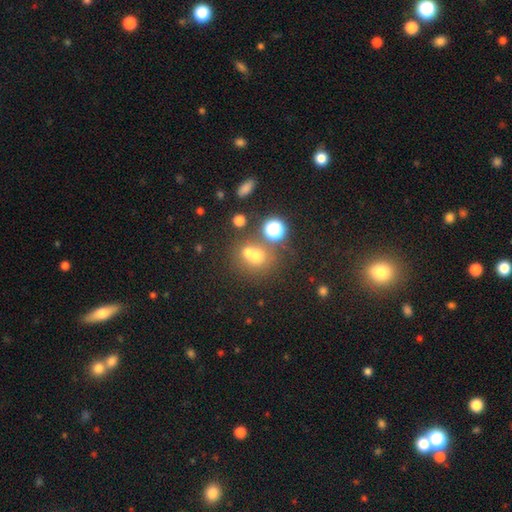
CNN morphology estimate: Smooth or featured?
  - smooth: 62% *
  - star or artifact: 23%
  - featured or disk: 15%
How rounded?
  - round: 81% *
  - in between: 18%
  - cigar-shaped: 1%
Merging?
  - none: 46% *
  - merger: 41%
  - minor disturbance: 8%
  - major disturbance: 5%